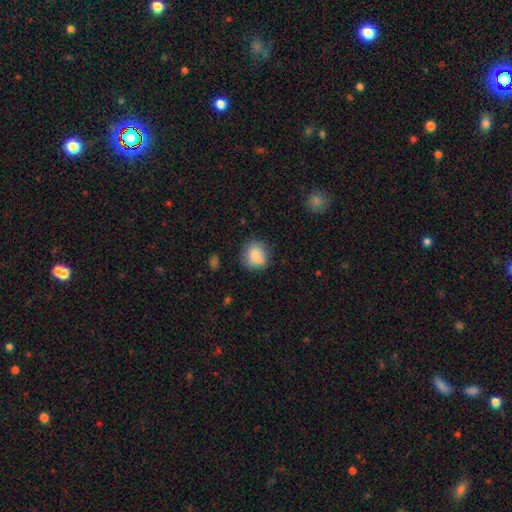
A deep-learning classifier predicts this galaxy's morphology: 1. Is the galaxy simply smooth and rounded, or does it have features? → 81% smooth, 10% featured or disk, 9% star or artifact.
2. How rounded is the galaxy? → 75% round, 24% in between, 1% cigar-shaped.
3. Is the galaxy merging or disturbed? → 69% none, 20% minor disturbance, 6% major disturbance, 5% merger.